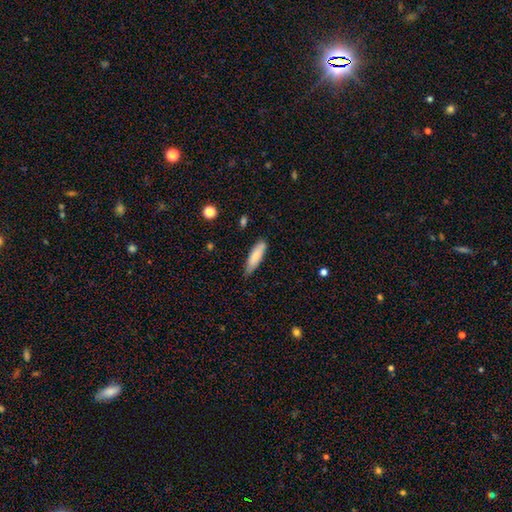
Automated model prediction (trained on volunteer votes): Smooth or featured: smooth — 81% (featured or disk — 13%)
How rounded: cigar-shaped — 60% (in between — 39%)
Merging: none — 71% (minor disturbance — 24%)